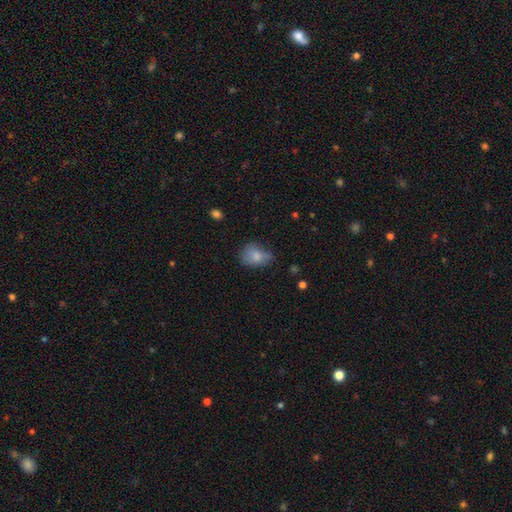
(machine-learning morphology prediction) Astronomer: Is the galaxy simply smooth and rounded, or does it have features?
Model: smooth — 75%.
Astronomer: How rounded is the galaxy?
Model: in between — 68%.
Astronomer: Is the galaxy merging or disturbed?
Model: none — 46% (runner-up: minor disturbance, 37%).